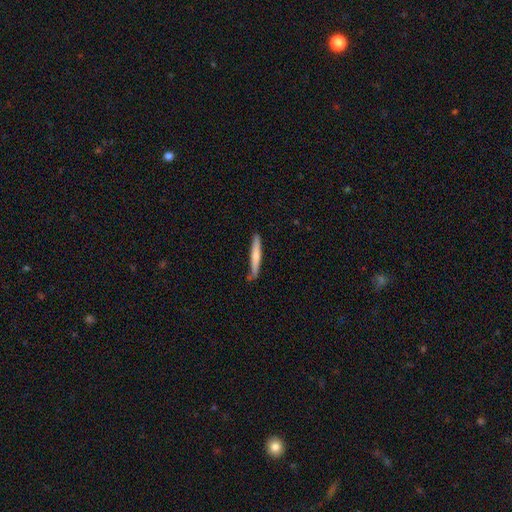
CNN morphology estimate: Smooth or featured: smooth — 65% (featured or disk — 30%)
How rounded: cigar-shaped — 95% (in between — 3%)
Merging: none — 83% (minor disturbance — 13%)